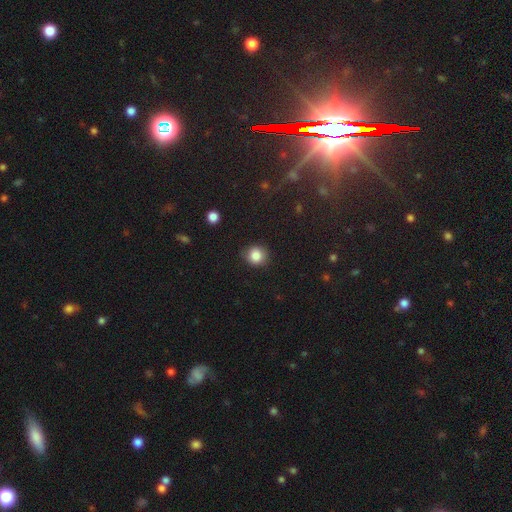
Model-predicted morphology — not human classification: A smooth galaxy with no disk features (85%) that is round (87%). Merging: none (83%).